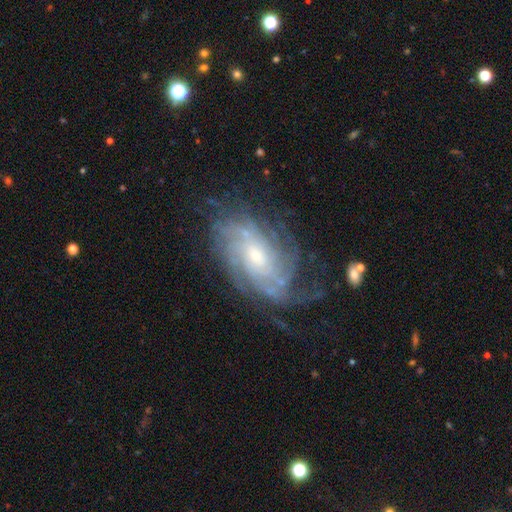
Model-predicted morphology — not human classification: A featured or disk galaxy (86%) with no bar (70%), tight (62%) spiral arms (95%) and a small central bulge (66%). Merging: none (66%).